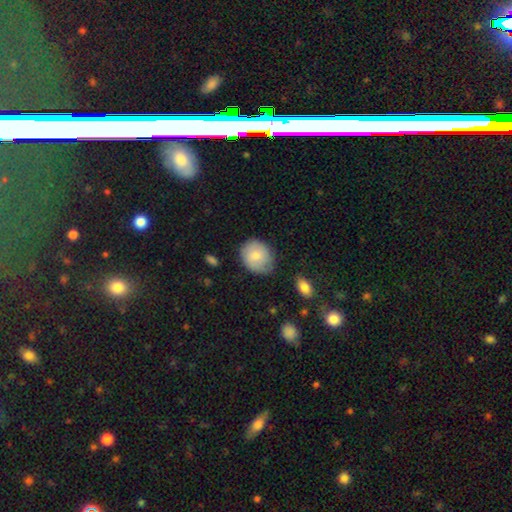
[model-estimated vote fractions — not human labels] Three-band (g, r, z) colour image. It shows a smooth galaxy with no disk features (79%) that is round (62%). Merging: none (69%).